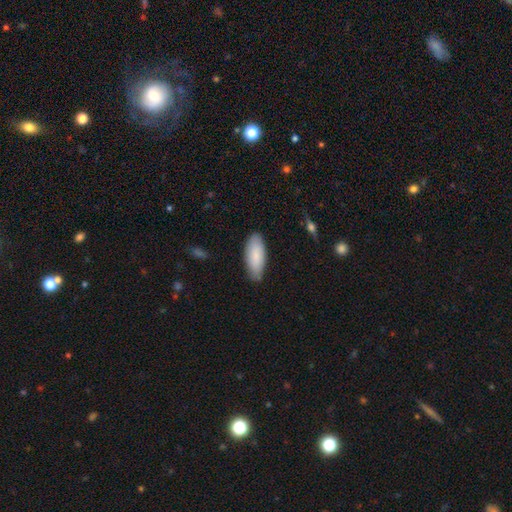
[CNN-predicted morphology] Smooth or featured? smooth (85%)
How rounded? in between (80%)
Merging? none (80%)